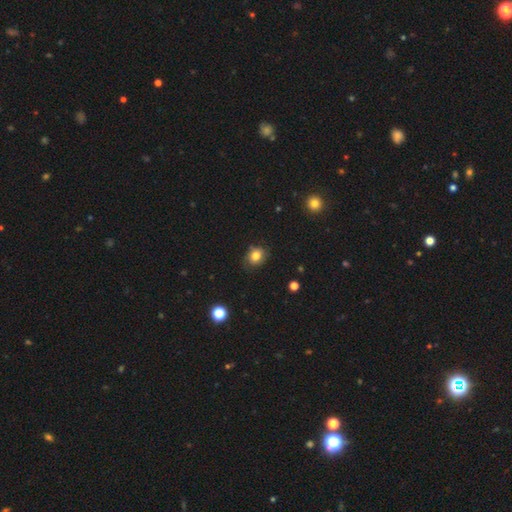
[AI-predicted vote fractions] The model was most divided on "how rounded": round: 57%, in between: 42%, cigar-shaped: 1%. More confident: smooth or featured — smooth (80%); merging — none (78%).